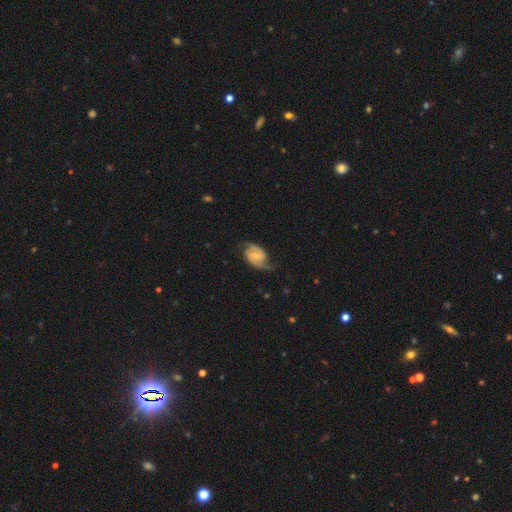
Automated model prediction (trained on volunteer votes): A featured or disk galaxy (78%) with no bar (45%), 2 (88%) medium (48%) spiral arms (95%) and a small central bulge (55%). Merging: none (68%).